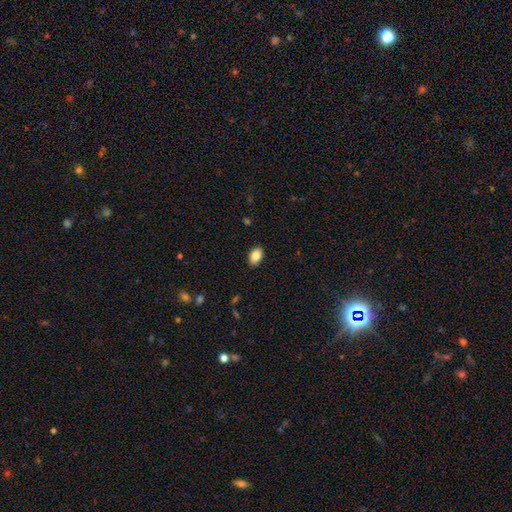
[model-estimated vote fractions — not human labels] This appears to be a smooth galaxy with no disk features (86%) that is in between round and cigar-shaped (87%). Merging: none (87%).